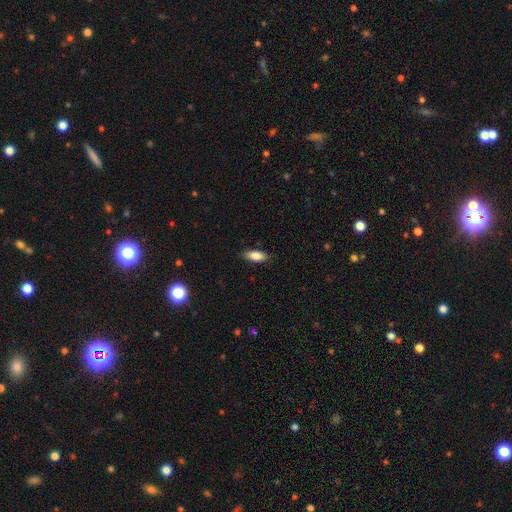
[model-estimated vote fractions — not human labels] Overall: smooth (82%). How rounded: in between (79%). Merging: none (86%).